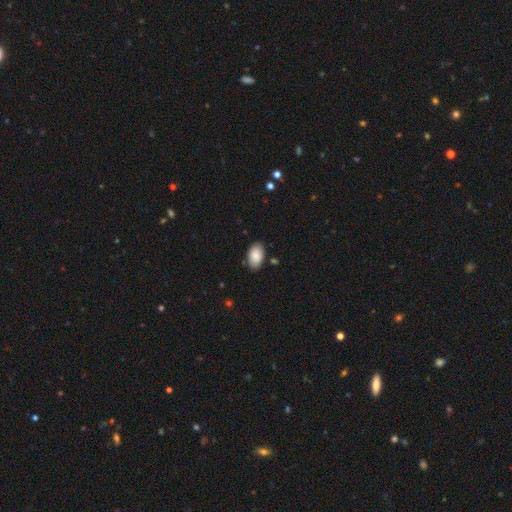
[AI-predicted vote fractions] Smooth or featured? smooth (87%)
How rounded? in between (94%)
Merging? none (82%)